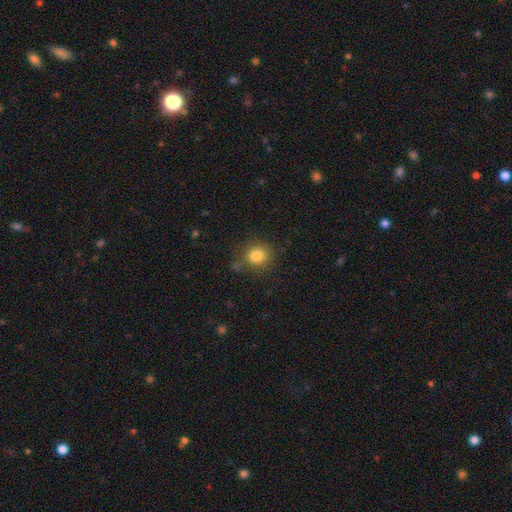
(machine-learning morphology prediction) Overall: smooth (83%). How rounded: round (80%). Merging: none (76%).